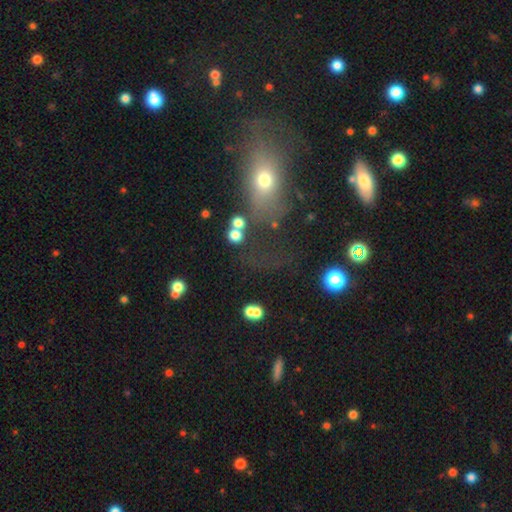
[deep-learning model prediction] Smooth or featured? smooth (50%)
How rounded? in between (49%)
Merging? none (49%)